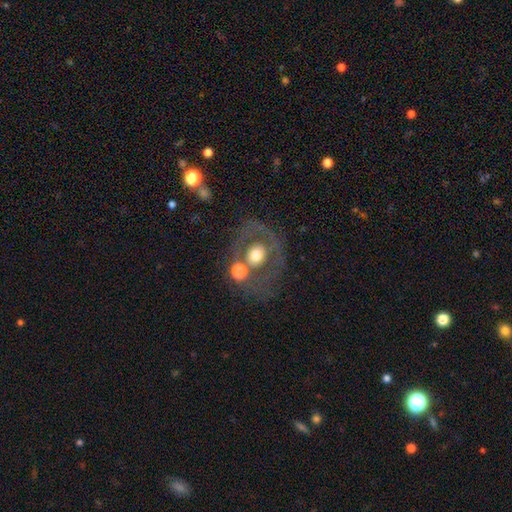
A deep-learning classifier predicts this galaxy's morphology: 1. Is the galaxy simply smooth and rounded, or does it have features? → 46% smooth, 43% featured or disk, 11% star or artifact.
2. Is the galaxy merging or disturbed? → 55% none, 21% merger, 14% minor disturbance, 11% major disturbance.